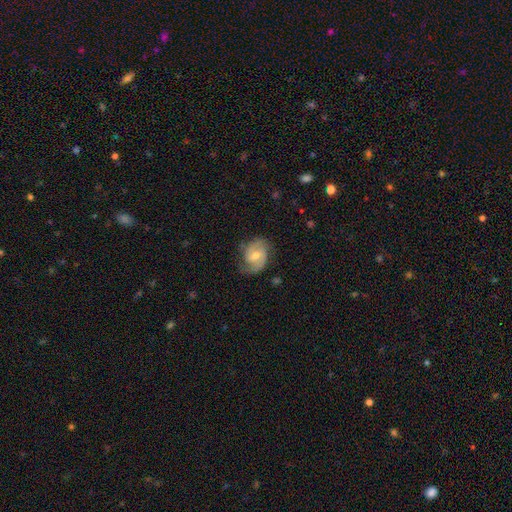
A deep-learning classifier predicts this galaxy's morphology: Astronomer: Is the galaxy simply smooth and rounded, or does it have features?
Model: featured or disk — 72%.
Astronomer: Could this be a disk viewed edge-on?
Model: no — 97%.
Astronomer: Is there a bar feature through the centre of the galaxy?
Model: weak — 51% (runner-up: no, 37%).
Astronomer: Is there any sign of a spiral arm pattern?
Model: yes — 92%.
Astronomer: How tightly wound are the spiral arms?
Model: medium — 49% (runner-up: tight, 30%).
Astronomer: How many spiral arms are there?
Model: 2 — 80%.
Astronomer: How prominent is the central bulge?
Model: moderate — 54% (runner-up: small, 40%).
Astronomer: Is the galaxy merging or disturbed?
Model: none — 67%.